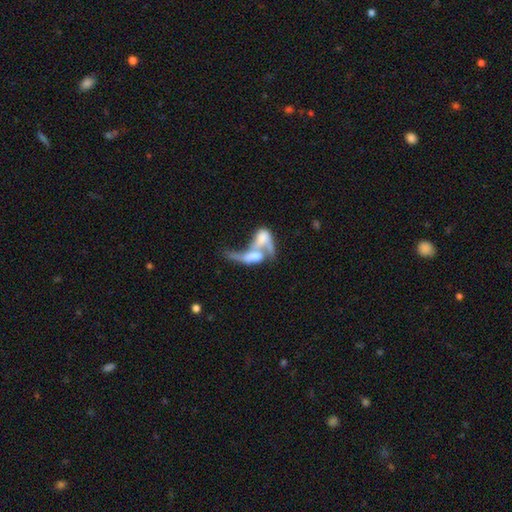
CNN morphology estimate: smooth-or-featured: featured or disk: 52% | smooth: 39% | star or artifact: 9%
  disk-edge-on: no: 90% | yes: 10%
  merging: merger: 74% | major disturbance: 15% | none: 7% | minor disturbance: 4%